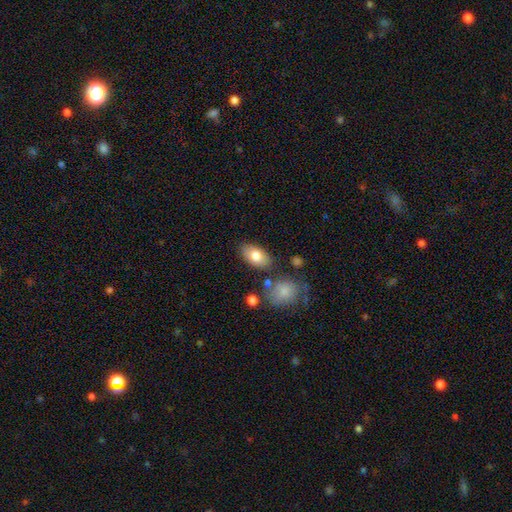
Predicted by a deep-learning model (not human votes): smooth_or_featured: smooth (p=0.80) [alt: featured or disk p=0.14]
how_rounded: in between (p=0.92) [alt: round p=0.06]
merging: none (p=0.79) [alt: minor disturbance p=0.12]